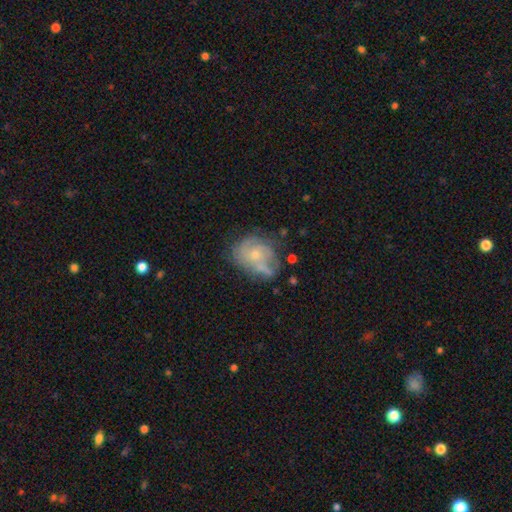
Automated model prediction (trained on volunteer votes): A featured or disk galaxy (65%) with no bar (80%), spiral arms (70%) and a small central bulge (64%). Merging: none (45%).